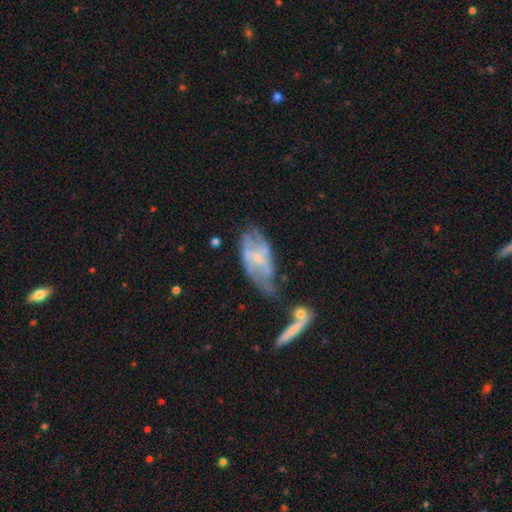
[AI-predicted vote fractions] Smooth or featured? Predicted: featured or disk (p=0.72). Edge-on disk? Predicted: no (p=0.93). Bar? Predicted: no (p=0.53). Spiral arms? Predicted: yes (p=0.72). Bulge size? Predicted: small (p=0.60). Merging? Predicted: none (p=0.39).